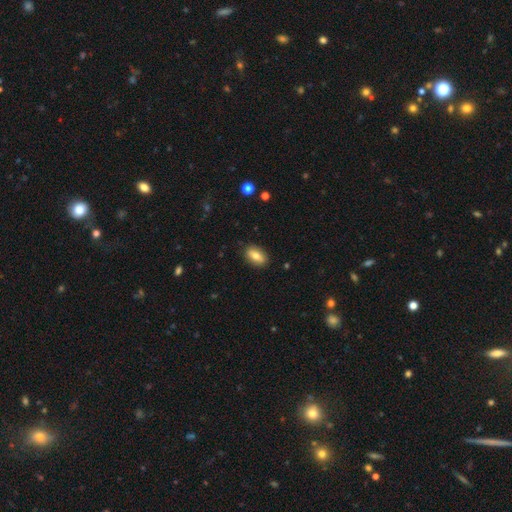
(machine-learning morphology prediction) smooth 77%, featured or disk 15%, star or artifact 7%. Down the decision tree: how rounded — in between (88%); merging — none (87%).